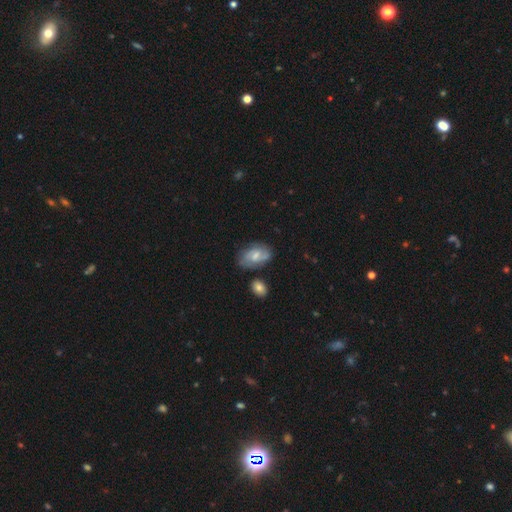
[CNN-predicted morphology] type=featured or disk (52%); edge-on=no (96%); bar=weak (51%); spiral arms=yes (78%); bulge=small (43%); merging=none (63%).